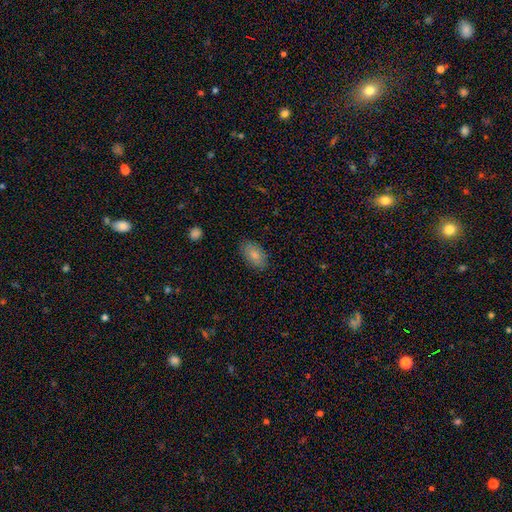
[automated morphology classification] A smooth galaxy with no disk features (74%) that is in between round and cigar-shaped (90%).

Vote fractions:
- Smooth or featured? smooth: 74% / featured or disk: 14% / star or artifact: 12%
- How rounded? in between: 90% / round: 7% / cigar-shaped: 2%
- Merging? none: 84% / minor disturbance: 12% / major disturbance: 2% / merger: 1%